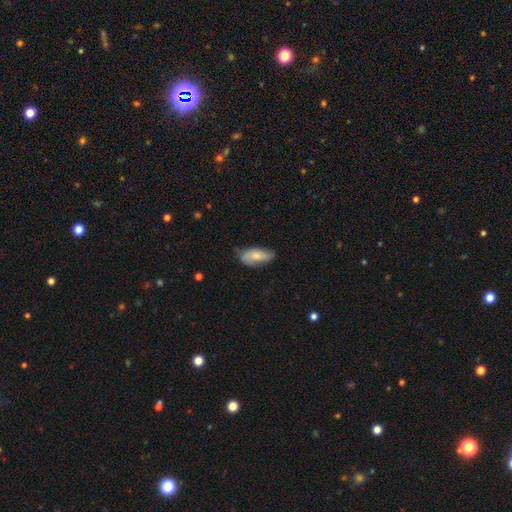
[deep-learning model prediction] Smooth or featured? smooth (65%)
How rounded? in between (85%)
Merging? none (61%)